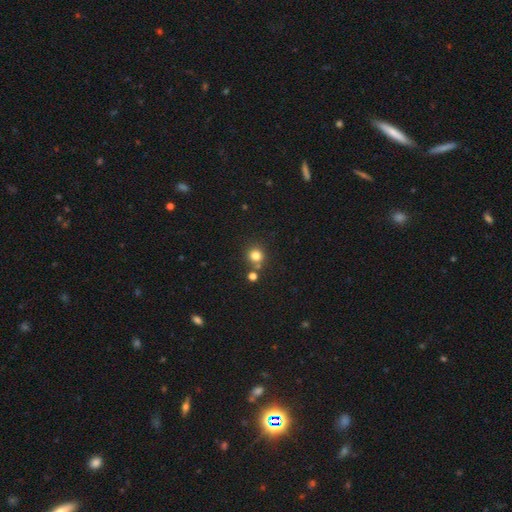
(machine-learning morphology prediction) Smooth or featured? smooth (79%)
How rounded? round (90%)
Merging? none (71%)